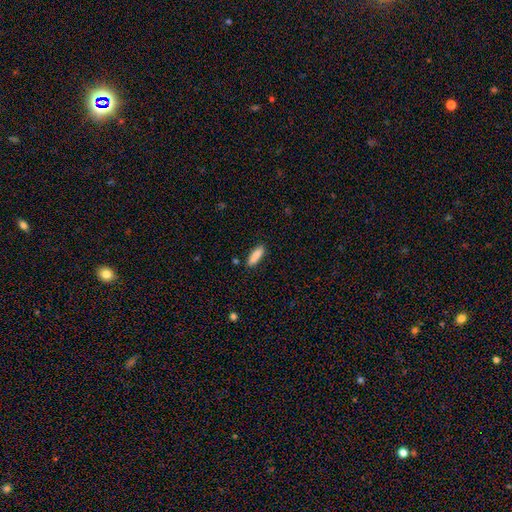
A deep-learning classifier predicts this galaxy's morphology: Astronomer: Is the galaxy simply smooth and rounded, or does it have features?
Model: smooth — 88%.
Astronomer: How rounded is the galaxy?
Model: cigar-shaped — 55% (runner-up: in between, 44%).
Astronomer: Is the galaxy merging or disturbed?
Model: none — 87%.